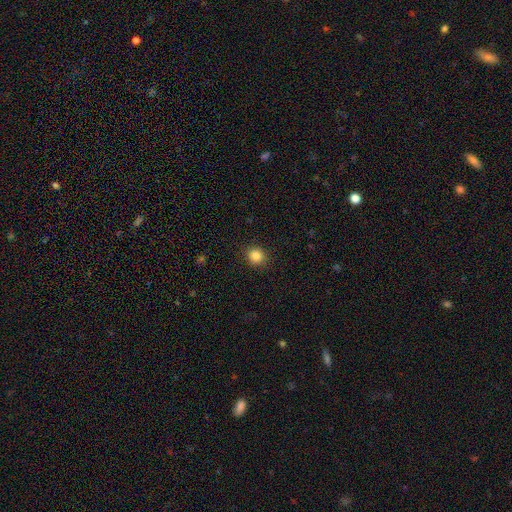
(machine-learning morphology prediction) type=smooth (85%); roundness=round (85%); merging=none (91%).